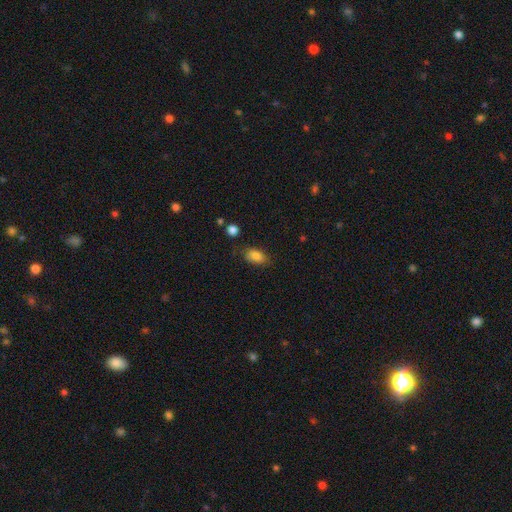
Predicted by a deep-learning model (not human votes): smooth_or_featured: smooth (p=0.84) [alt: star or artifact p=0.09]
how_rounded: in between (p=0.88) [alt: round p=0.10]
merging: none (p=0.72) [alt: minor disturbance p=0.21]